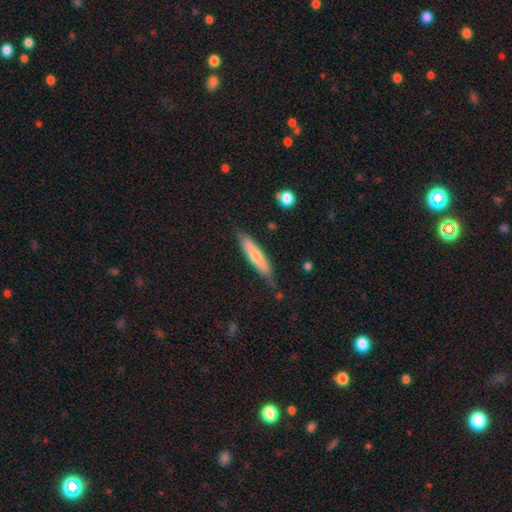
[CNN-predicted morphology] type=smooth (60%); roundness=cigar-shaped (84%); merging=none (75%).